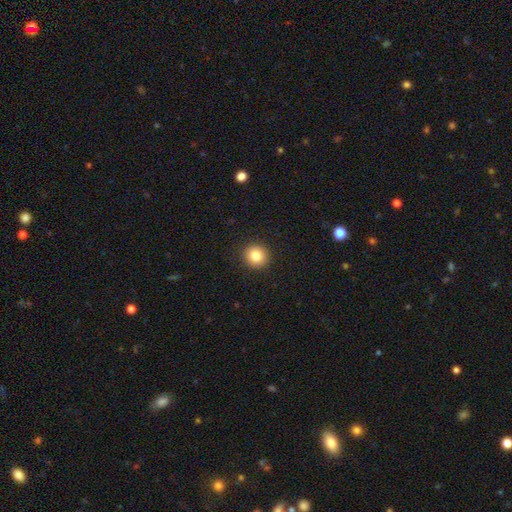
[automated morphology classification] Q: Smooth or featured?
A: smooth (84%); runner-up: star or artifact (10%)
Q: How rounded?
A: round (93%); runner-up: in between (6%)
Q: Merging?
A: none (92%); runner-up: minor disturbance (5%)